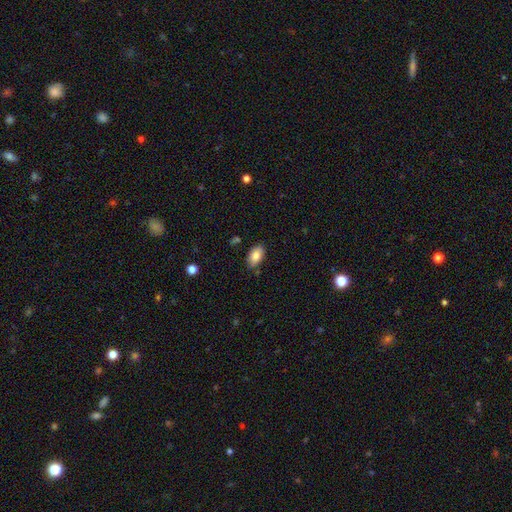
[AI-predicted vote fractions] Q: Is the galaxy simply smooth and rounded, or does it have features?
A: smooth — 84%.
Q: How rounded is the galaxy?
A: in between — 93%.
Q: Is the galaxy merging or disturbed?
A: none — 82%.